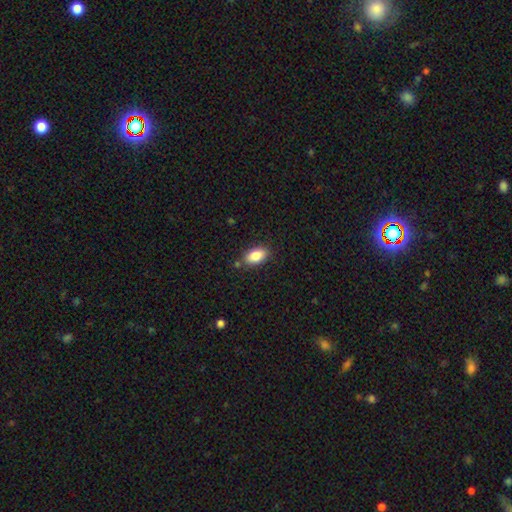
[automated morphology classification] This appears to be a smooth galaxy with no disk features (86%) that is in between round and cigar-shaped (92%). Merging: none (83%).